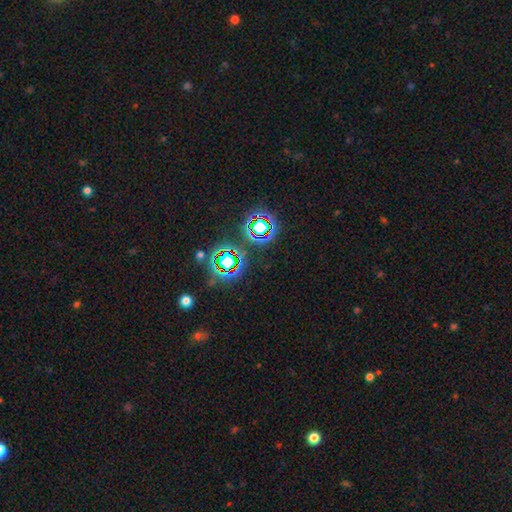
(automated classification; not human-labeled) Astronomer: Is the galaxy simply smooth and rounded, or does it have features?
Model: star or artifact — 76%.